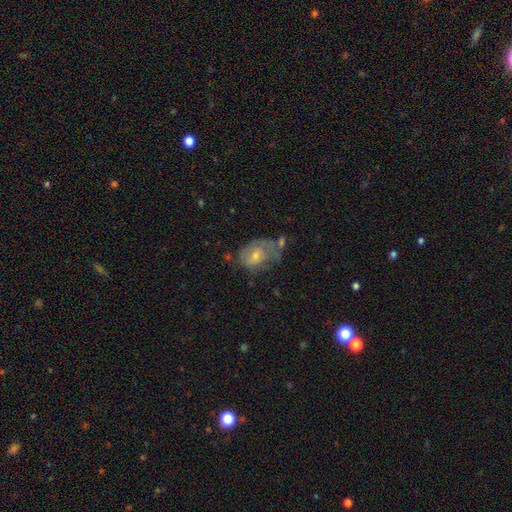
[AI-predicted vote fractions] Morphology: type=featured or disk (55%); edge-on=no (96%); bar=no (66%); spiral arms=yes (69%); bulge=small (52%); merging=none (43%).